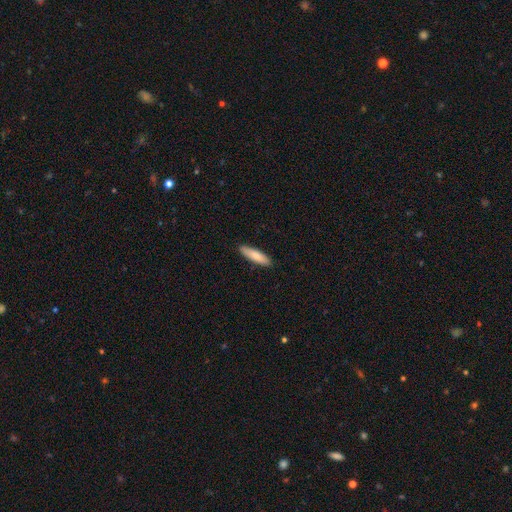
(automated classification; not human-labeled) Morphology: type=smooth (82%); roundness=cigar-shaped (69%); merging=none (90%).